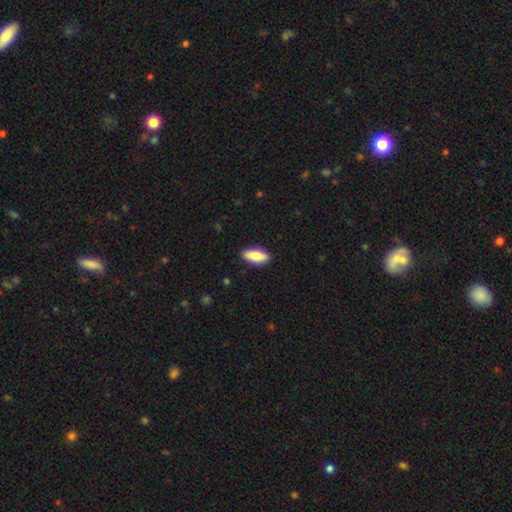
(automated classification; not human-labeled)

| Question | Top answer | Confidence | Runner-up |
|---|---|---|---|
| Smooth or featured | smooth | 79% | featured or disk (15%) |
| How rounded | in between | 78% | cigar-shaped (20%) |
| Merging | none | 90% | minor disturbance (8%) |